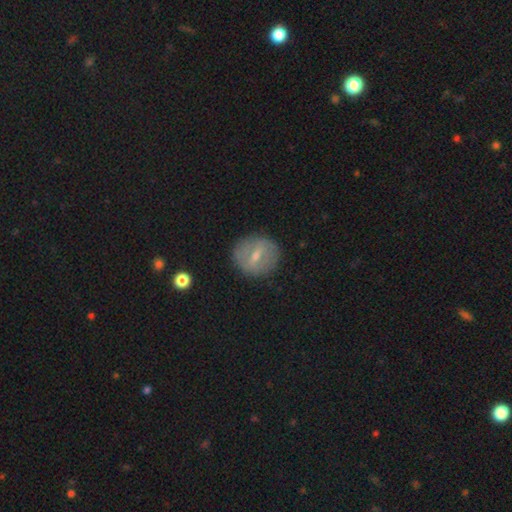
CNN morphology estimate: The model was most divided on "bar": weak: 49%, strong: 37%, no: 14%. More confident: edge-on disk — no (92%); merging — none (81%); spiral arms — no (66%); bulge size — small (55%); smooth or featured — featured or disk (55%).